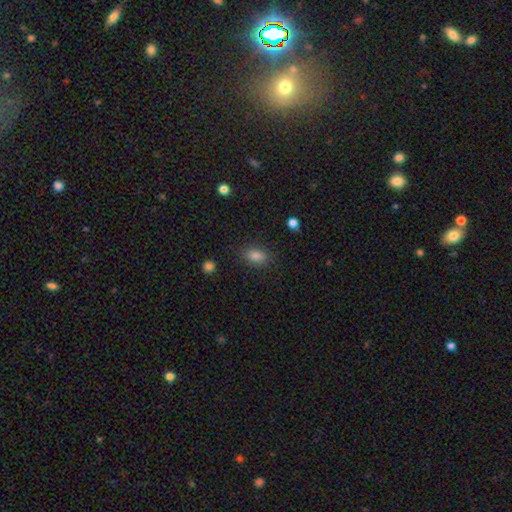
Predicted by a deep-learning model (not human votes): Smooth or featured?
  - smooth: 83% *
  - star or artifact: 12%
  - featured or disk: 6%
How rounded?
  - in between: 81% *
  - round: 16%
  - cigar-shaped: 2%
Merging?
  - none: 86% *
  - minor disturbance: 10%
  - major disturbance: 3%
  - merger: 1%